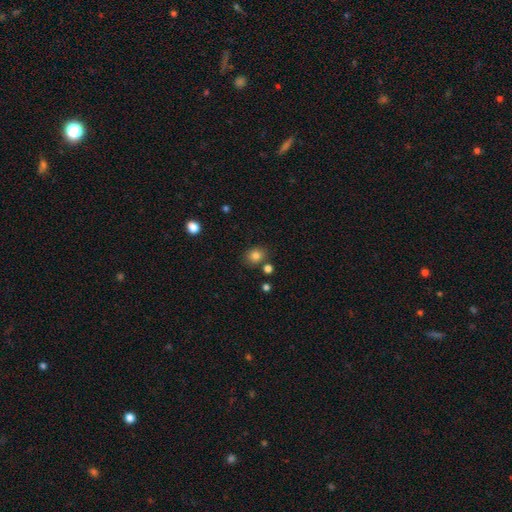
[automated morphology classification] This is clearly a smooth galaxy (82%). How rounded: likely round (66%). Merging: likely none (78%).